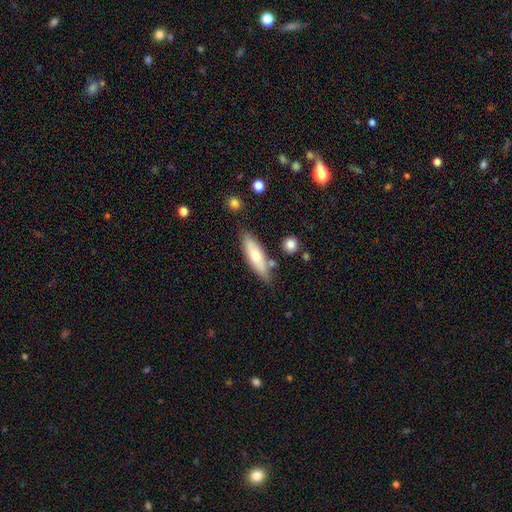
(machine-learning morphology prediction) smooth_or_featured: smooth (p=0.67) [alt: featured or disk p=0.27]
how_rounded: cigar-shaped (p=0.57) [alt: in between p=0.41]
merging: none (p=0.76) [alt: minor disturbance p=0.15]